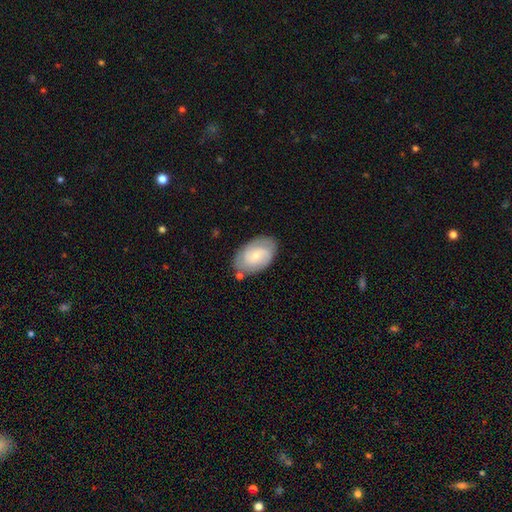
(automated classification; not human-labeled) The model was most divided on "smooth or featured": featured or disk: 57%, smooth: 37%, star or artifact: 6%. More confident: edge-on disk — no (96%); spiral arms — yes (86%); merging — none (74%); bulge size — small (71%); bar — no (62%).